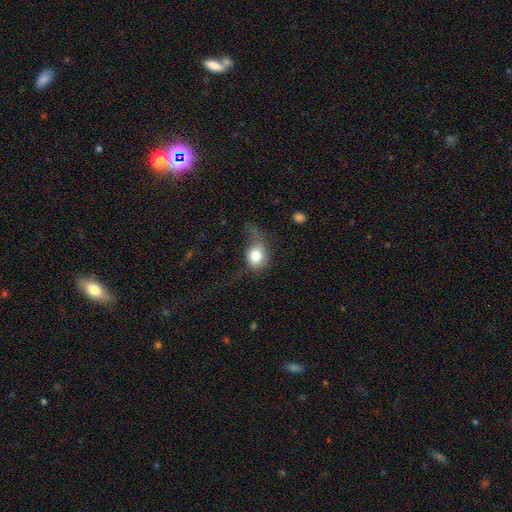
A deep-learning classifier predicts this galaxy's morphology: The model was most divided on "how rounded": round: 55%, in between: 43%, cigar-shaped: 2%. Remaining: smooth or featured — smooth (76%); merging — major disturbance (42%).